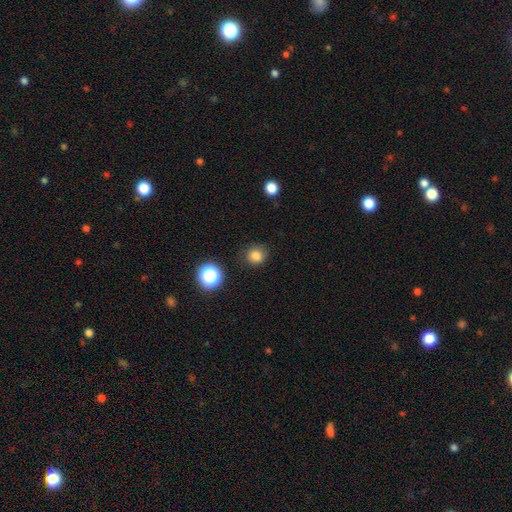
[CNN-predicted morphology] This is clearly a smooth galaxy (82%). How rounded: clearly round (85%). Merging: clearly none (82%).